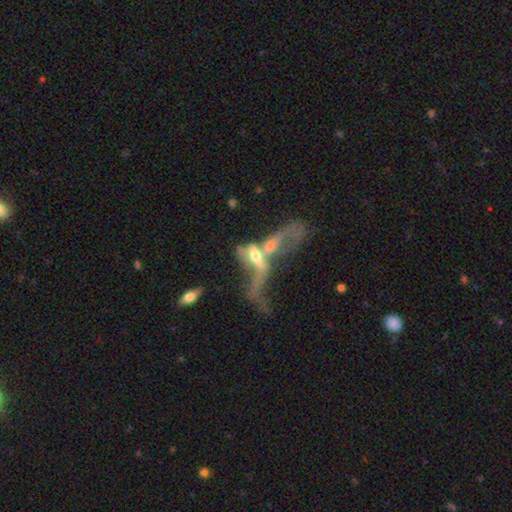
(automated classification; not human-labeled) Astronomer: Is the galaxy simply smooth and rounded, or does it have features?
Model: featured or disk — 62%.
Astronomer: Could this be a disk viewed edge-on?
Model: no — 72%.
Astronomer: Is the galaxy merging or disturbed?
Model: merger — 69%.